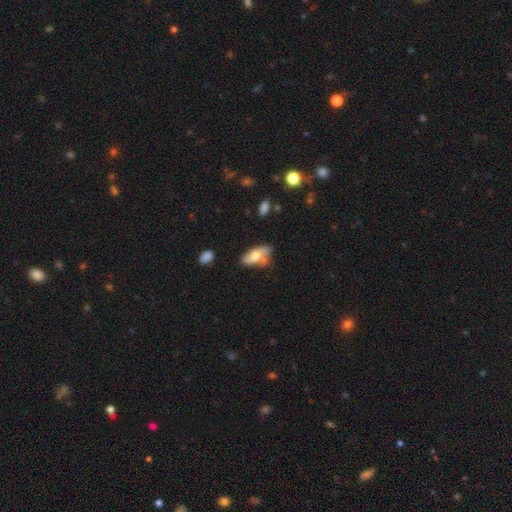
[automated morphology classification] smooth-or-featured: smooth: 63% | featured or disk: 30% | star or artifact: 7%
  how-rounded: in between: 85% | cigar-shaped: 12% | round: 3%
  merging: none: 47% | minor disturbance: 31% | merger: 12% | major disturbance: 10%